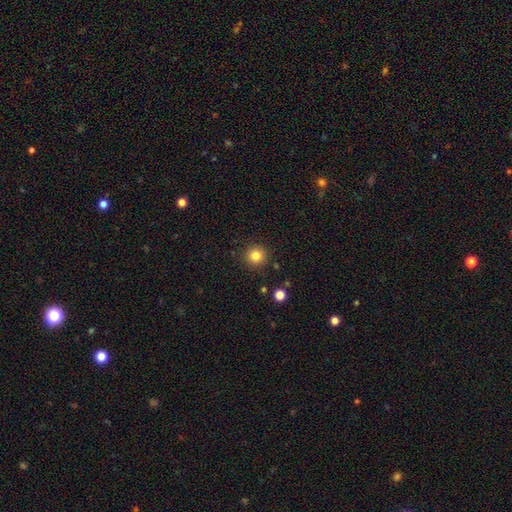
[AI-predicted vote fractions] Smooth or featured? smooth (83%)
How rounded? round (94%)
Merging? none (90%)